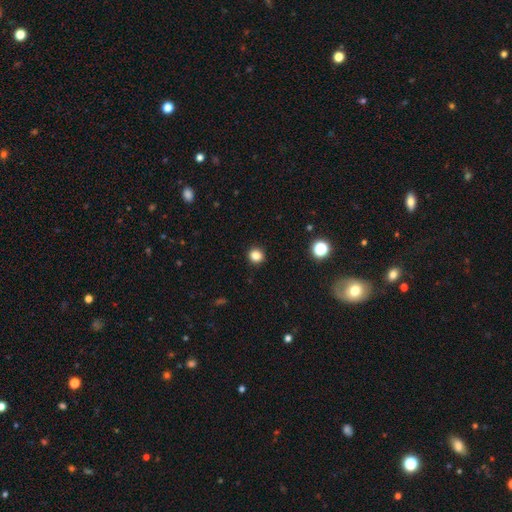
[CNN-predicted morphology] Smooth or featured? Predicted: smooth (p=0.84). How rounded? Predicted: round (p=0.90). Merging? Predicted: none (p=0.93).